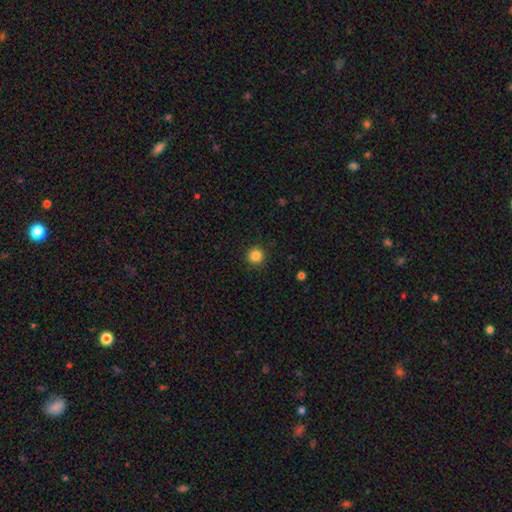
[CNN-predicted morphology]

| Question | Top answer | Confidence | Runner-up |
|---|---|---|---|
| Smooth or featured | smooth | 85% | star or artifact (11%) |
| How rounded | round | 95% | in between (4%) |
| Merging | none | 91% | minor disturbance (6%) |